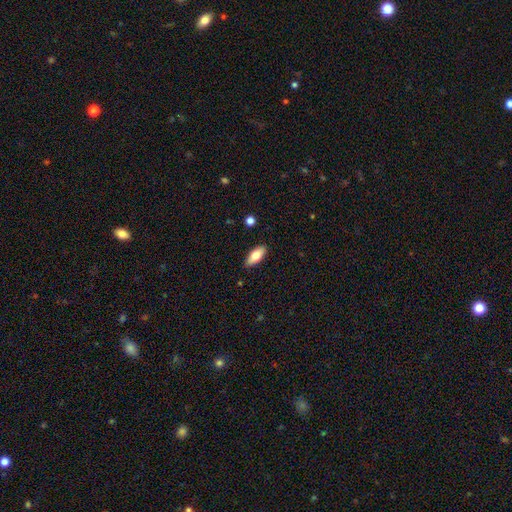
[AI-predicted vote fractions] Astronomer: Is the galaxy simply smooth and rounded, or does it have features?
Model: smooth — 76%.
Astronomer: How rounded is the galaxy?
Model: in between — 84%.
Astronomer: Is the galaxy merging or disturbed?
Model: none — 88%.